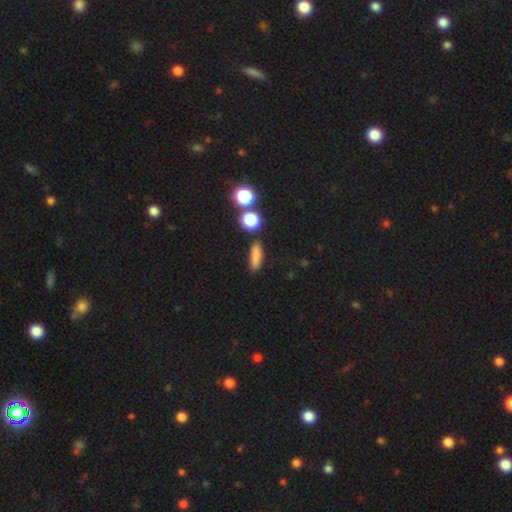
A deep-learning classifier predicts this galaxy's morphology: A smooth galaxy with no disk features (81%) that is cigar-shaped (51%). Merging: none (79%).